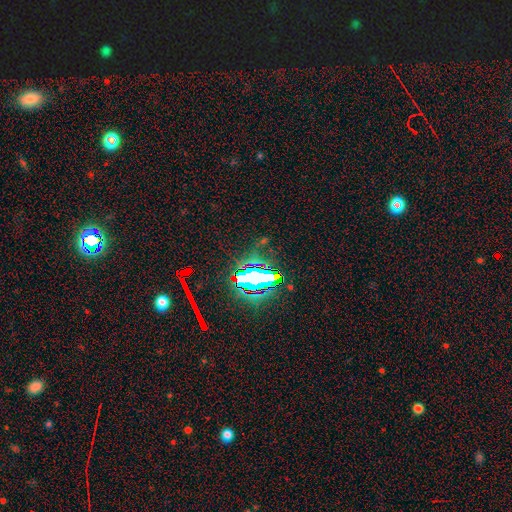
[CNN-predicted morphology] Overall: star or artifact (71%).